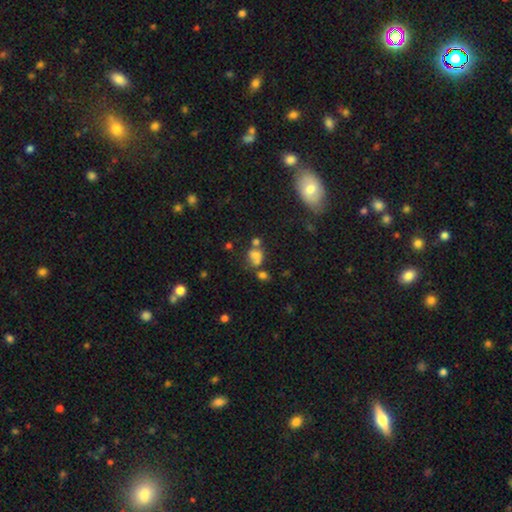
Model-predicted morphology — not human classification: The model was most divided on "how rounded": in between: 55%, round: 44%, cigar-shaped: 2%. Remaining: smooth or featured — smooth (57%); merging — merger (44%).